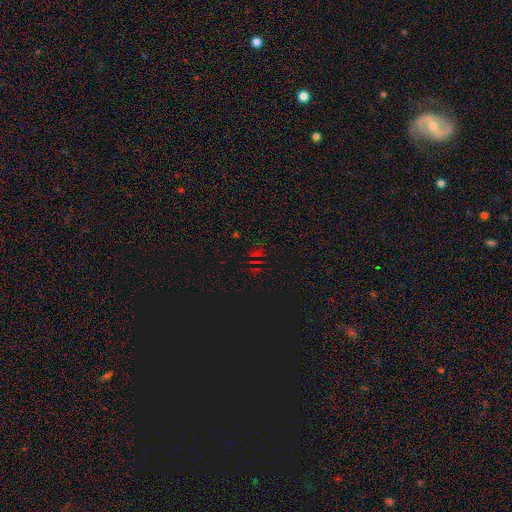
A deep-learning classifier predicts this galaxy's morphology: This appears to be a star or artifact, not a galaxy (74%).